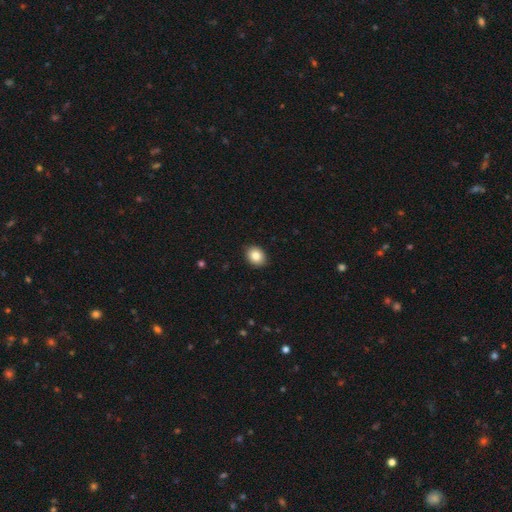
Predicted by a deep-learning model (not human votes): Smooth or featured? Predicted: smooth (p=0.86). How rounded? Predicted: in between (p=0.51). Merging? Predicted: none (p=0.90).